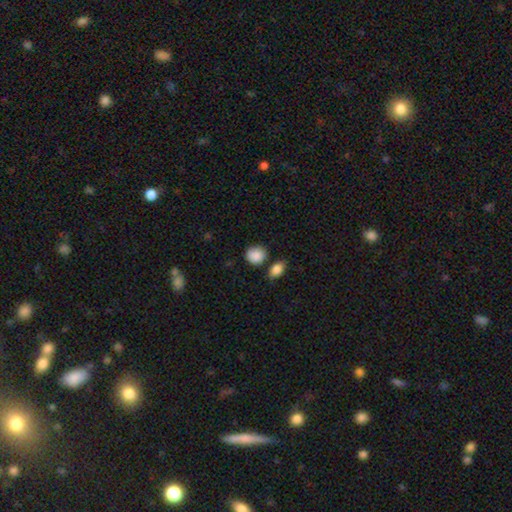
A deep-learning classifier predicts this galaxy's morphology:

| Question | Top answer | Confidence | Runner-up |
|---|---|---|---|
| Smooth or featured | smooth | 89% | star or artifact (7%) |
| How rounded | round | 74% | in between (25%) |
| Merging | none | 73% | minor disturbance (14%) |